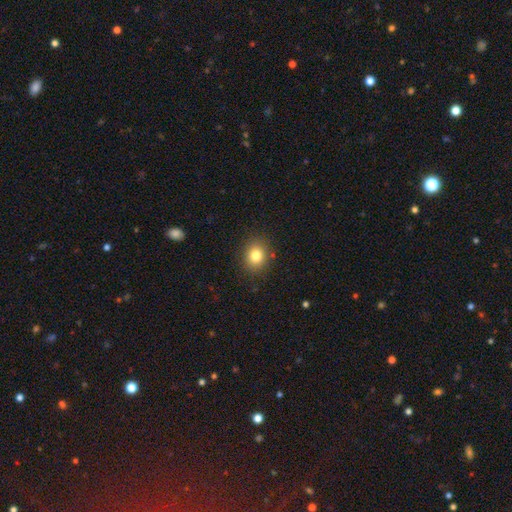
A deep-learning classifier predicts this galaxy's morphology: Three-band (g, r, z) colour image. It shows a smooth galaxy with no disk features (81%) that is round (66%). Merging: none (88%).